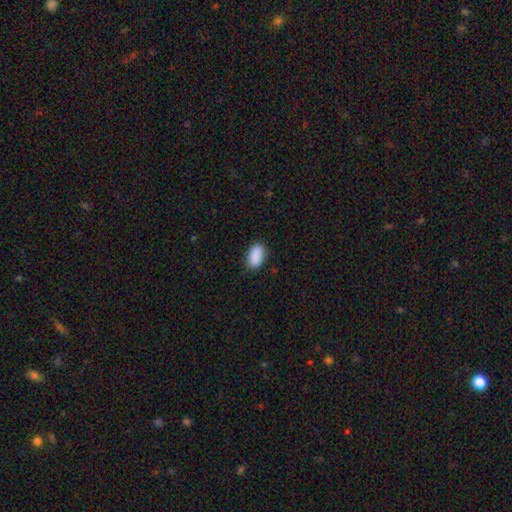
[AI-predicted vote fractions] Smooth or featured? smooth (90%)
How rounded? in between (93%)
Merging? none (86%)